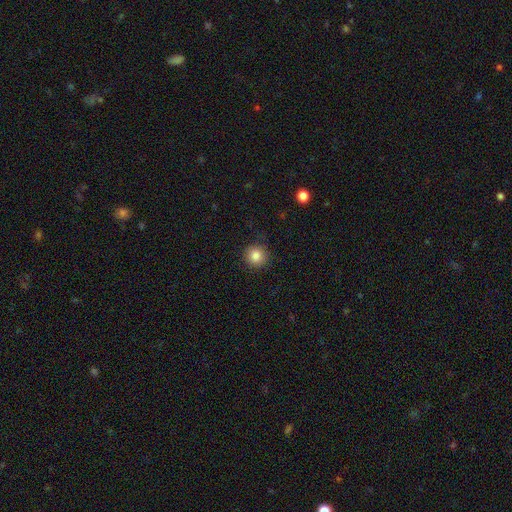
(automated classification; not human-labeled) This appears to be a smooth galaxy with no disk features (84%) that is round (94%). Merging: none (90%).